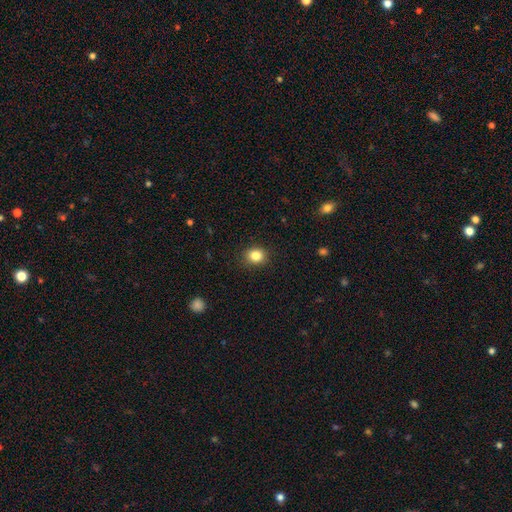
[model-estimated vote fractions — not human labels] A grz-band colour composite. It shows a smooth galaxy with no disk features (85%) that is round (67%). Merging: none (88%).